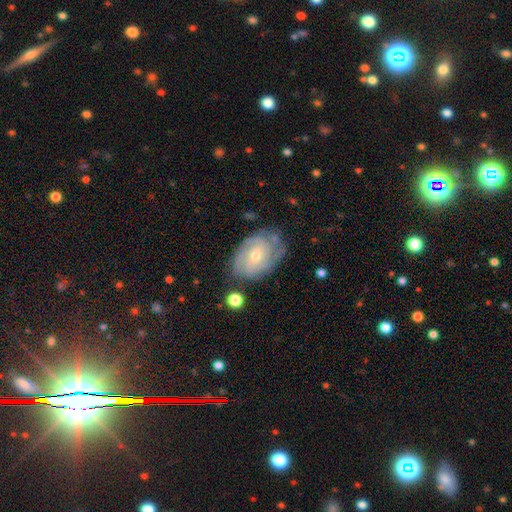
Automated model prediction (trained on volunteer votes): smooth_or_featured: featured or disk (p=0.82) [alt: smooth p=0.12]
disk_edge_on: no (p=0.96) [alt: yes p=0.04]
bar: no (p=0.57) [alt: weak p=0.35]
has_spiral_arms: yes (p=0.94) [alt: no p=0.06]
spiral_winding: tight (p=0.67) [alt: medium p=0.27]
spiral_arm_count: can't tell (p=0.33) [alt: 3 p=0.23]
bulge_size: small (p=0.57) [alt: moderate p=0.40]
merging: none (p=0.72) [alt: minor disturbance p=0.20]